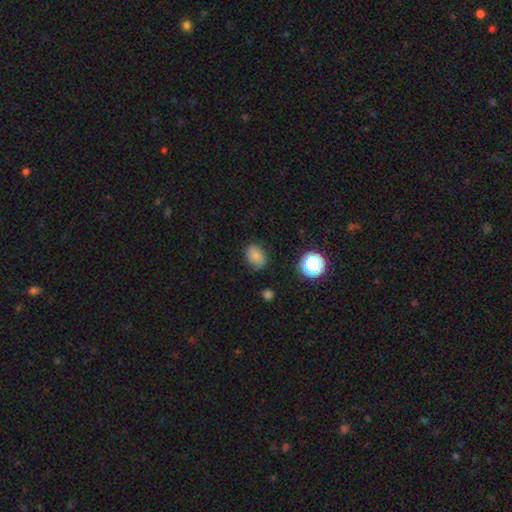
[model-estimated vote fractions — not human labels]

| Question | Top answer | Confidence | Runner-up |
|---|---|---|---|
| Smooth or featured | smooth | 75% | star or artifact (13%) |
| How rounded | in between | 65% | round (33%) |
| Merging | none | 75% | minor disturbance (19%) |